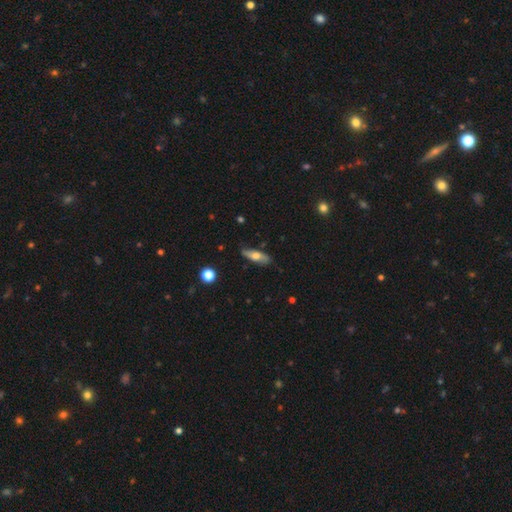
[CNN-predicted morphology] This is possibly a smooth galaxy (57%). How rounded: possibly in between (54%). Merging: likely none (79%).